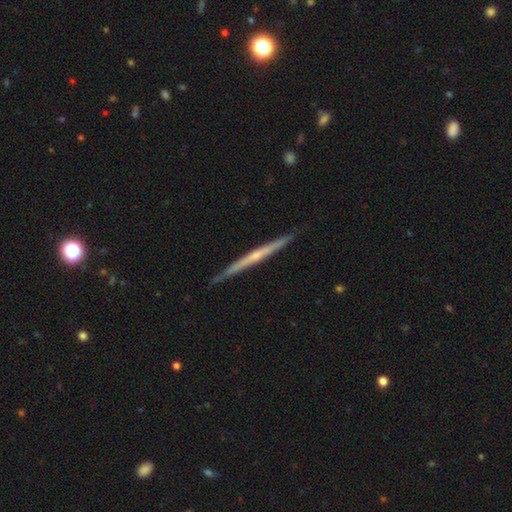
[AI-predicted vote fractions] Smooth or featured?
  - featured or disk: 68% *
  - smooth: 26%
  - star or artifact: 5%
Edge-on disk?
  - yes: 98% *
  - no: 2%
Edge-on bulge?
  - none: 58% *
  - rounded: 37%
  - boxy: 5%
Merging?
  - none: 89% *
  - minor disturbance: 8%
  - major disturbance: 1%
  - merger: 1%